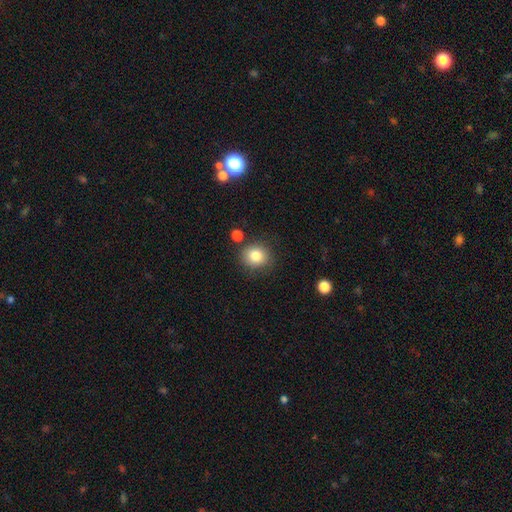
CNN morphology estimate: Smooth or featured: smooth — 82% (star or artifact — 10%)
How rounded: round — 82% (in between — 17%)
Merging: none — 80% (minor disturbance — 11%)